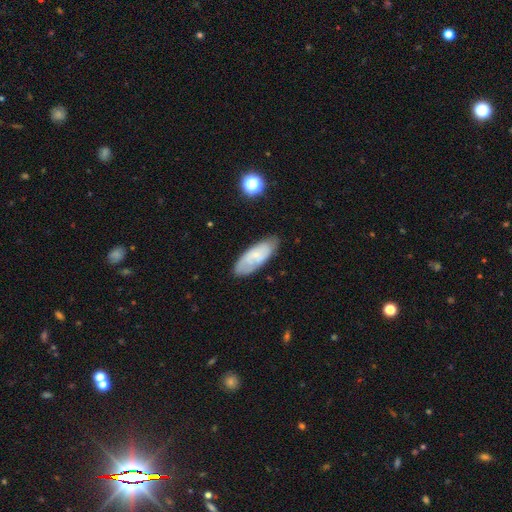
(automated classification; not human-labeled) smooth-or-featured: smooth: 51% | featured or disk: 42% | star or artifact: 7%
  how-rounded: in between: 76% | cigar-shaped: 22% | round: 2%
  merging: none: 75% | minor disturbance: 19% | major disturbance: 4% | merger: 2%